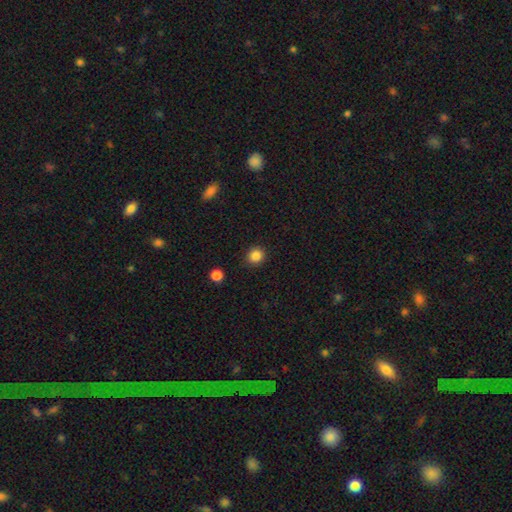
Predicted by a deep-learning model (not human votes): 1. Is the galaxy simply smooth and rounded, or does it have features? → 86% smooth, 11% star or artifact, 3% featured or disk.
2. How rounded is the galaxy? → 87% round, 12% in between, 1% cigar-shaped.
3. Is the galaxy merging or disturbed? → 89% none, 7% minor disturbance, 2% major disturbance, 1% merger.